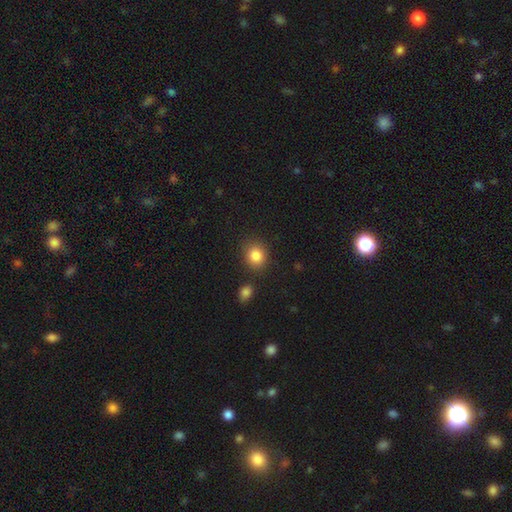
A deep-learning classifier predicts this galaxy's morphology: Smooth or featured?
  - smooth: 86% *
  - star or artifact: 10%
  - featured or disk: 5%
How rounded?
  - round: 74% *
  - in between: 25%
  - cigar-shaped: 1%
Merging?
  - none: 81% *
  - minor disturbance: 10%
  - merger: 6%
  - major disturbance: 3%